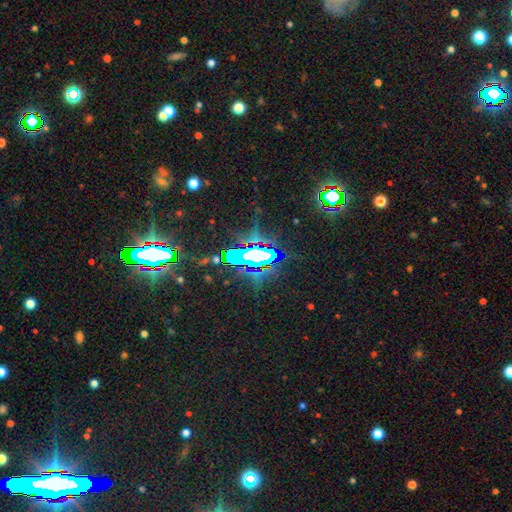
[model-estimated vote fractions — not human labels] Smooth or featured? Predicted: star or artifact (p=0.70).